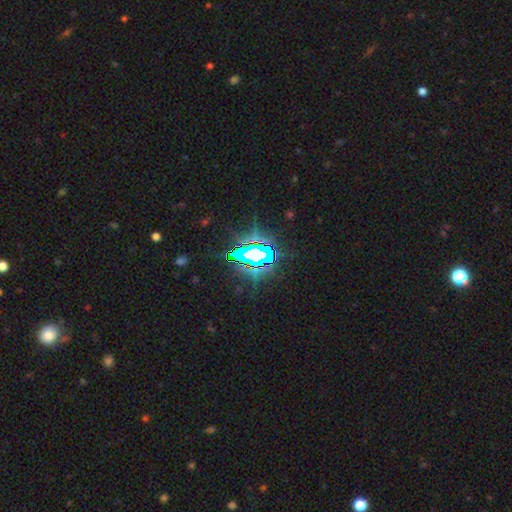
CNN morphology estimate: type=star or artifact (75%).